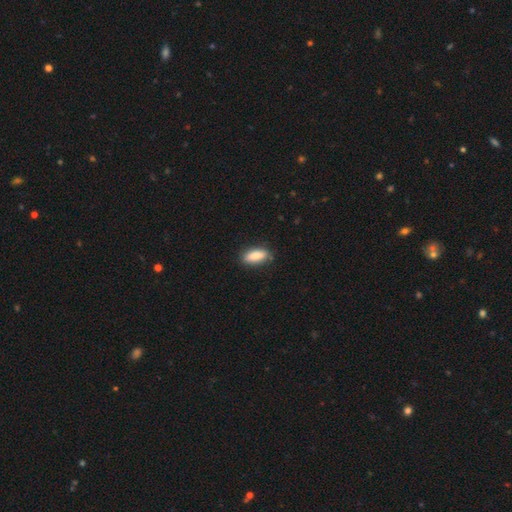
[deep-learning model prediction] smooth-or-featured: smooth: 87% | star or artifact: 6% | featured or disk: 6%
  how-rounded: in between: 80% | cigar-shaped: 17% | round: 3%
  merging: none: 83% | minor disturbance: 13% | major disturbance: 3% | merger: 1%